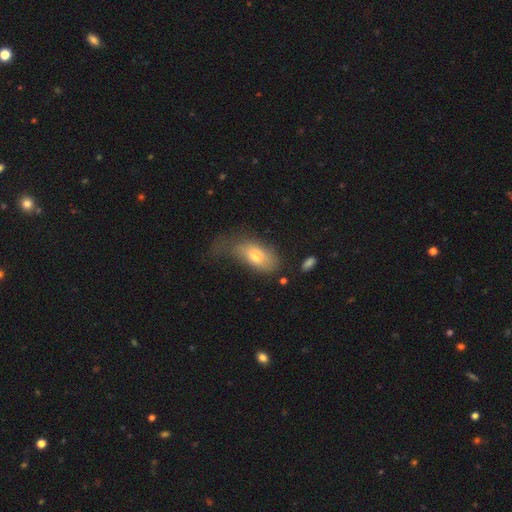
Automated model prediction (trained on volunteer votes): Smooth or featured? Predicted: smooth (p=0.68). How rounded? Predicted: in between (p=0.87). Merging? Predicted: major disturbance (p=0.40).